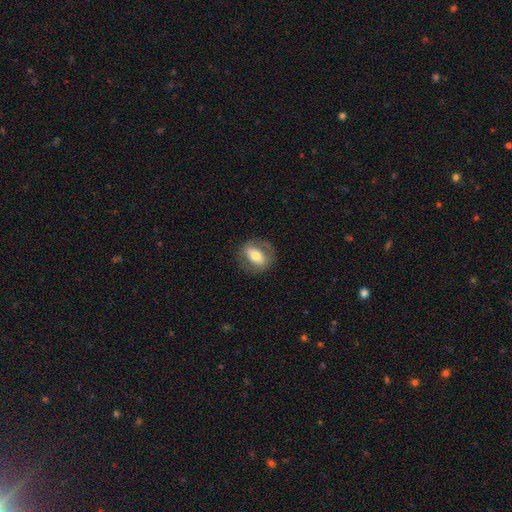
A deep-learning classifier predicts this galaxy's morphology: Smooth or featured: smooth — 52% (featured or disk — 41%)
How rounded: in between — 66% (round — 30%)
Merging: none — 76% (minor disturbance — 15%)